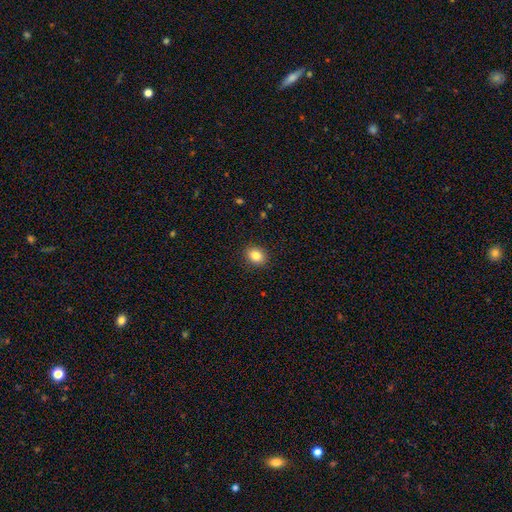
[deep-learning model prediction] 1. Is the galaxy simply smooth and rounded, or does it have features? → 84% smooth, 10% star or artifact, 6% featured or disk.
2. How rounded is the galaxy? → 53% round, 46% in between, 1% cigar-shaped.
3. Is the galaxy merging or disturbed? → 90% none, 7% minor disturbance, 2% major disturbance, 1% merger.